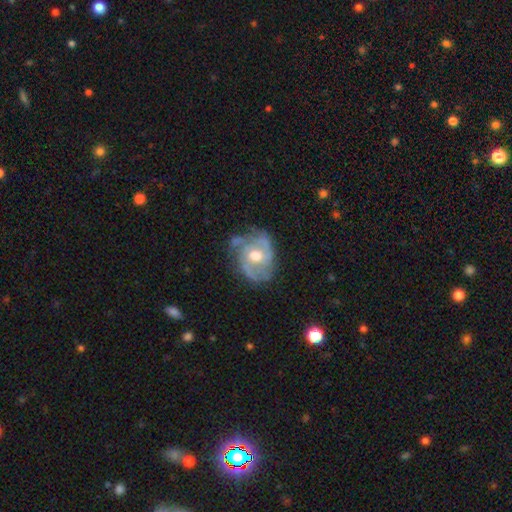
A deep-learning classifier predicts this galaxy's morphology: Smooth or featured? featured or disk (81%)
Edge-on disk? no (97%)
Bar? no (62%)
Spiral arms? yes (87%)
Spiral winding? medium (44%)
Spiral arm count? 2 (41%)
Bulge size? moderate (73%)
Merging? none (61%)